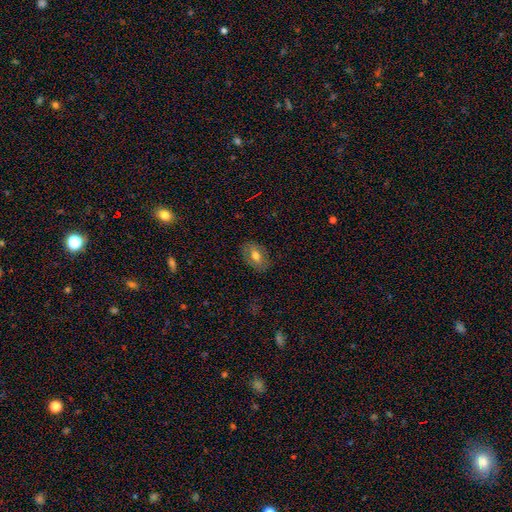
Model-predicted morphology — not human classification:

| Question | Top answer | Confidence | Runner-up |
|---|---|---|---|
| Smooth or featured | smooth | 66% | featured or disk (26%) |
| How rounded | in between | 83% | round (16%) |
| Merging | none | 84% | minor disturbance (12%) |